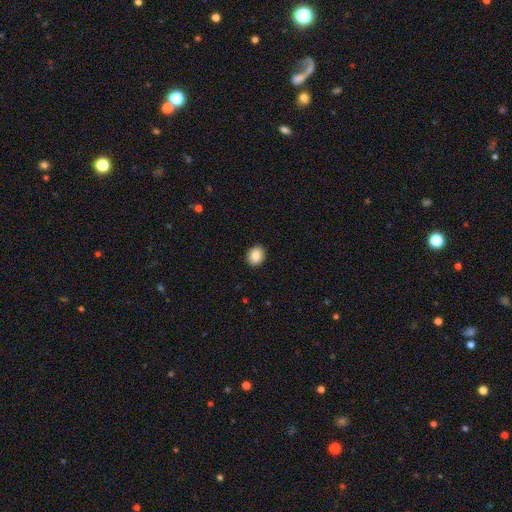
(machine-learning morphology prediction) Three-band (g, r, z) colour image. It shows a smooth galaxy with no disk features (86%) that is round (53%). Merging: none (91%).